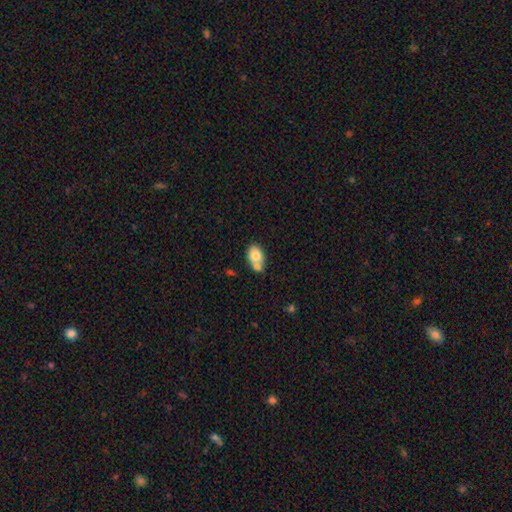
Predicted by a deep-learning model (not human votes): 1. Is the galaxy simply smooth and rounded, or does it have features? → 76% smooth, 16% featured or disk, 8% star or artifact.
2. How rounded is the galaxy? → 77% in between, 22% round, 1% cigar-shaped.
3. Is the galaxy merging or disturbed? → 46% merger, 37% none, 13% minor disturbance, 4% major disturbance.